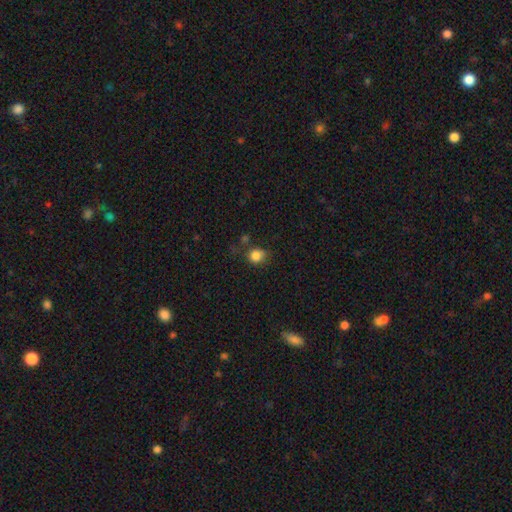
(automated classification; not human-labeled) A smooth galaxy with no disk features (83%) that is round (77%). Merging: none (63%).